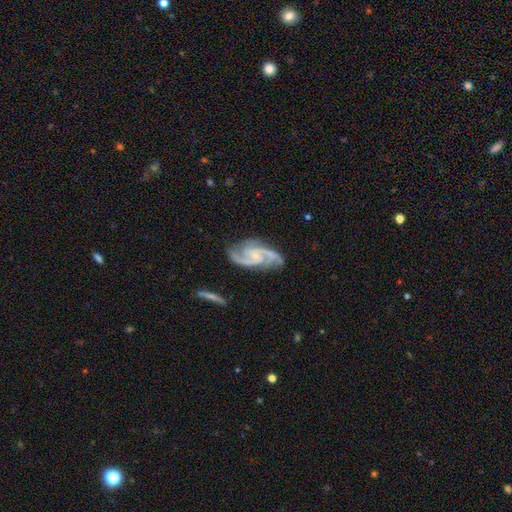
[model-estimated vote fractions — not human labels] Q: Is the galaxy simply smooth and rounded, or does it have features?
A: featured or disk — 93%.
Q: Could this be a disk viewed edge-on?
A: no — 97%.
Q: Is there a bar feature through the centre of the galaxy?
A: no — 48%.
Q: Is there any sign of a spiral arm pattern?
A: yes — 98%.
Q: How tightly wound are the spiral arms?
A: medium — 59%.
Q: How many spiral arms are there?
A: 2 — 71%.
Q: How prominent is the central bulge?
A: small — 66%.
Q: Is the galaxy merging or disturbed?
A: none — 75%.